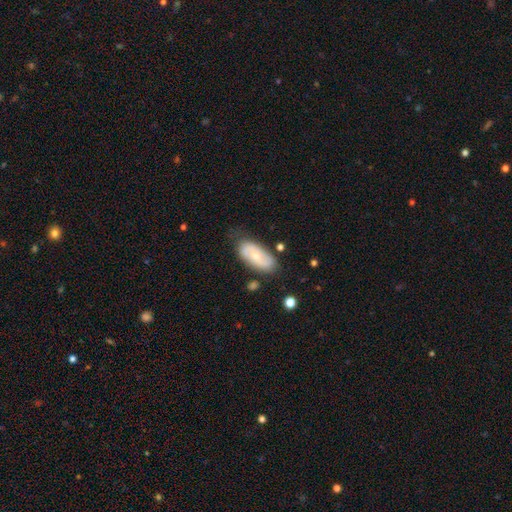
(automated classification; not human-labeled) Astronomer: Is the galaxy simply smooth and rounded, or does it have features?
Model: featured or disk — 54% (runner-up: smooth, 40%).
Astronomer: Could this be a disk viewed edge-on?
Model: no — 92%.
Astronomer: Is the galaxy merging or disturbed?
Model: none — 73%.